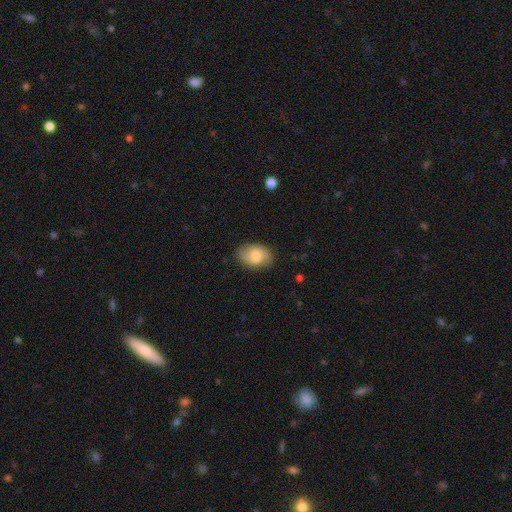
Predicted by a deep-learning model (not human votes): Smooth or featured?
  - smooth: 67% *
  - featured or disk: 26%
  - star or artifact: 7%
How rounded?
  - in between: 83% *
  - round: 16%
  - cigar-shaped: 1%
Merging?
  - none: 79% *
  - minor disturbance: 16%
  - major disturbance: 4%
  - merger: 1%